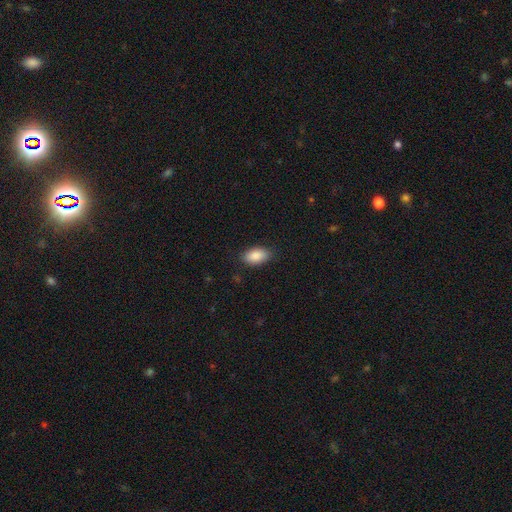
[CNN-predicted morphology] smooth-or-featured: smooth: 89% | star or artifact: 7% | featured or disk: 5%
  how-rounded: in between: 93% | round: 4% | cigar-shaped: 3%
  merging: none: 85% | minor disturbance: 11% | major disturbance: 3% | merger: 1%